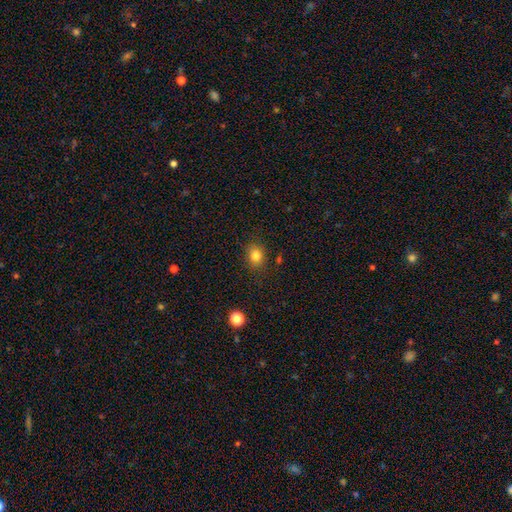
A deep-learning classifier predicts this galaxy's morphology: type=smooth (82%); roundness=round (60%); merging=none (84%).